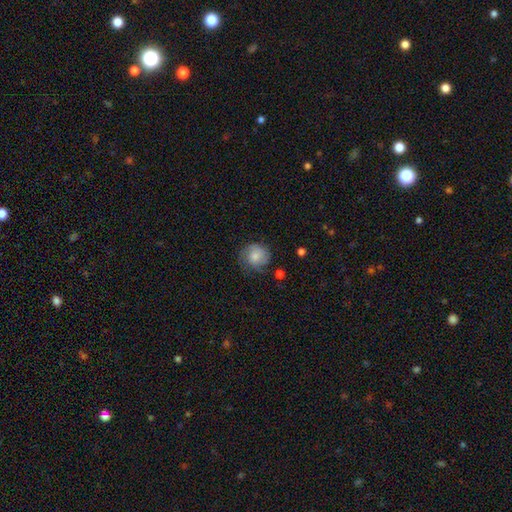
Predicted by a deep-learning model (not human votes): smooth-or-featured: smooth: 59% | featured or disk: 33% | star or artifact: 8%
  how-rounded: round: 85% | in between: 14% | cigar-shaped: 1%
  merging: none: 64% | minor disturbance: 24% | major disturbance: 11% | merger: 2%